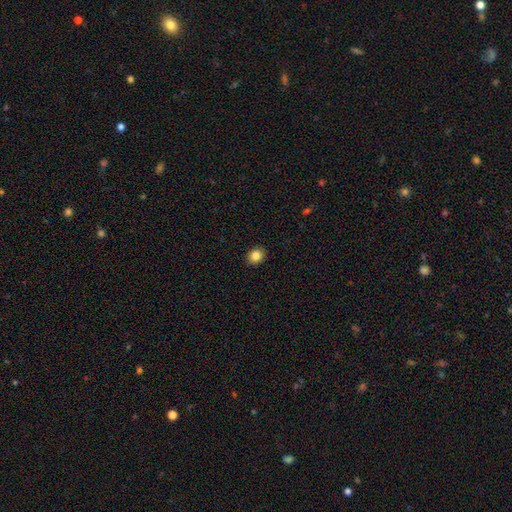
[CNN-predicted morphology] Smooth or featured?
  - smooth: 84% *
  - star or artifact: 10%
  - featured or disk: 6%
How rounded?
  - round: 60% *
  - in between: 39%
  - cigar-shaped: 1%
Merging?
  - none: 91% *
  - minor disturbance: 6%
  - major disturbance: 2%
  - merger: 1%